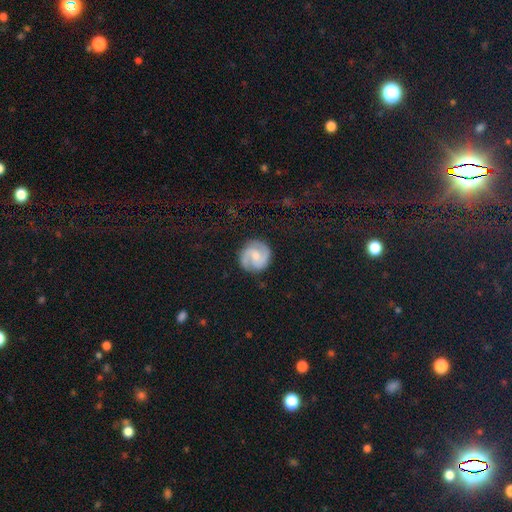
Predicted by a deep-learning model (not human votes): This appears to be a featured or disk galaxy (83%) with no bar (47%), 2 (88%) medium (48%) spiral arms (97%) and a moderate central bulge (46%). Merging: none (85%).